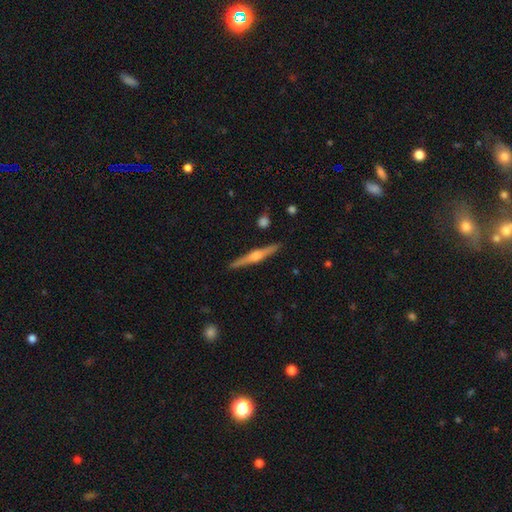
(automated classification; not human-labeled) The model was most divided on "smooth or featured": featured or disk: 76%, smooth: 18%, star or artifact: 6%. More confident: edge-on disk — yes (98%); merging — none (91%); edge-on bulge — rounded (87%).